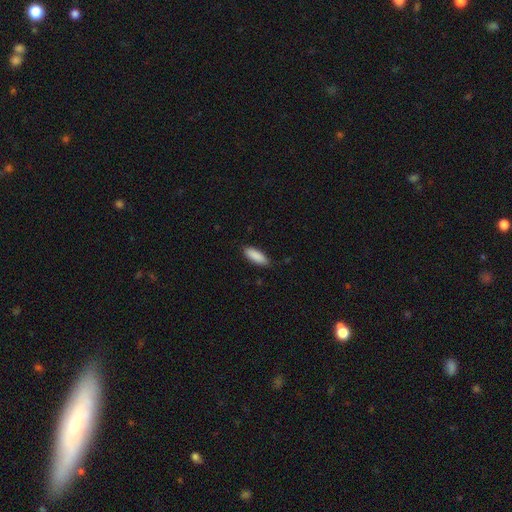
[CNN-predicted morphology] The model was most divided on "how rounded": in between: 67%, cigar-shaped: 32%, round: 2%. More confident: smooth or featured — smooth (90%); merging — none (84%).